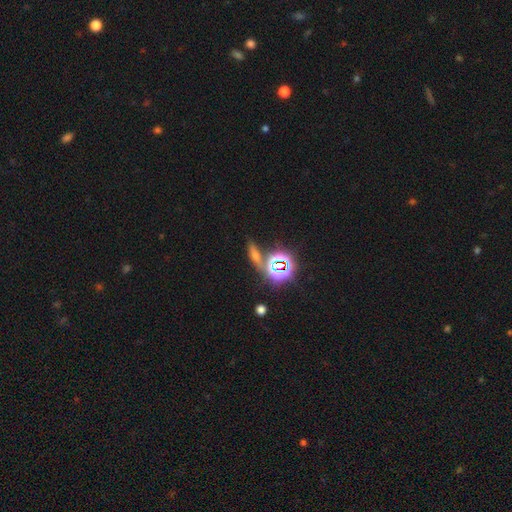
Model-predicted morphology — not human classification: Overall: star or artifact (49%; smooth 32%).